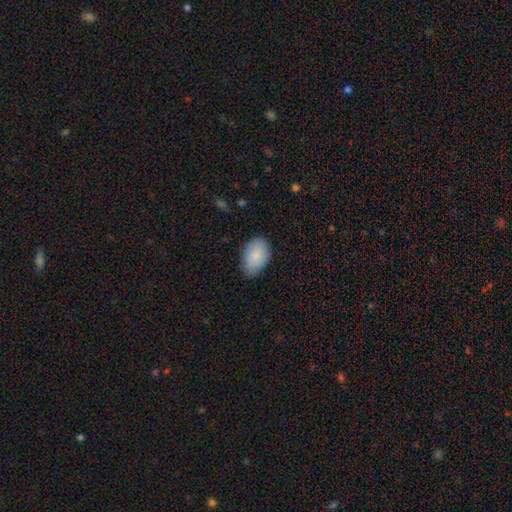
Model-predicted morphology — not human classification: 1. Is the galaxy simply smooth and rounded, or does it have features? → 87% smooth, 7% featured or disk, 6% star or artifact.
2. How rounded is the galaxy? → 91% in between, 8% round, 1% cigar-shaped.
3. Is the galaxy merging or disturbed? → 81% none, 15% minor disturbance, 3% major disturbance, 1% merger.